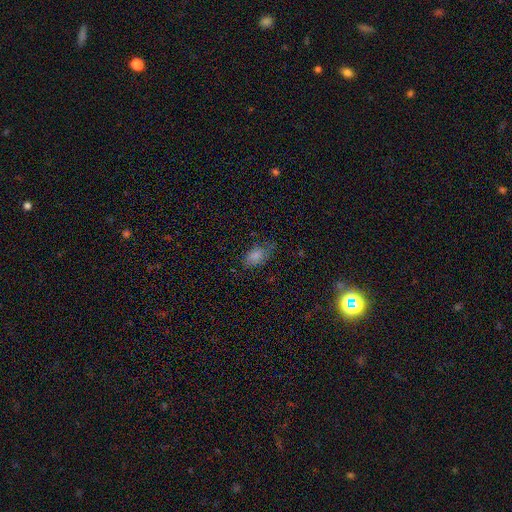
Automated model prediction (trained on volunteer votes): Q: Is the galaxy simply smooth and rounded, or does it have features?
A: smooth — 79%.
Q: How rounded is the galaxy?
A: in between — 89%.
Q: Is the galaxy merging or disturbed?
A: none — 58%.